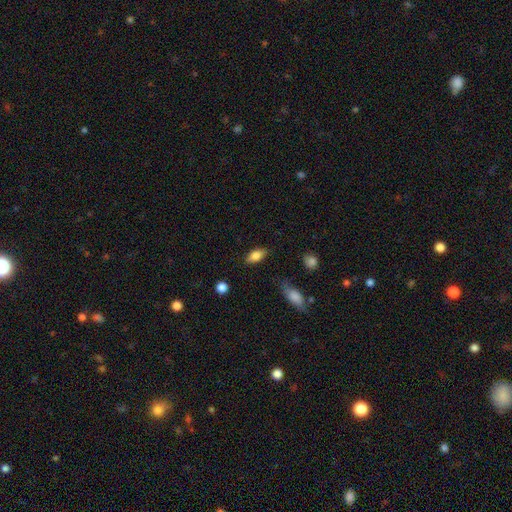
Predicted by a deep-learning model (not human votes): A smooth galaxy with no disk features (79%) that is in between round and cigar-shaped (88%). Merging: none (81%).